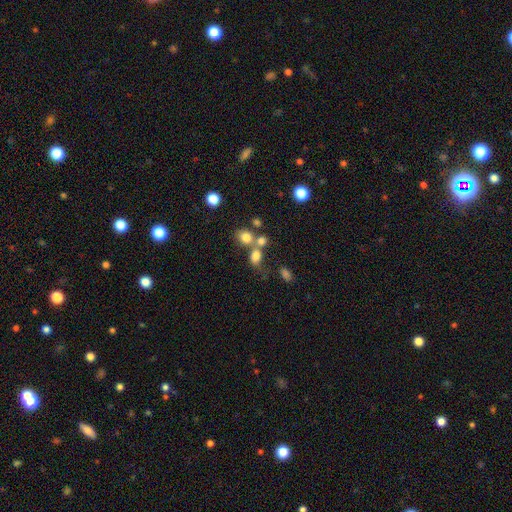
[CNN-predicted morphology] Smooth or featured: smooth — 75% (star or artifact — 14%)
How rounded: round — 52% (in between — 46%)
Merging: merger — 45% (none — 38%)